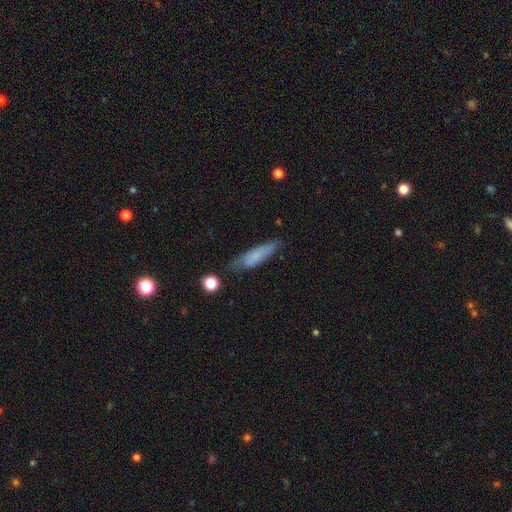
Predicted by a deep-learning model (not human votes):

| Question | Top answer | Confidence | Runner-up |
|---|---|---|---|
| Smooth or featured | smooth | 70% | featured or disk (22%) |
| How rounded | cigar-shaped | 67% | in between (31%) |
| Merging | none | 63% | minor disturbance (26%) |